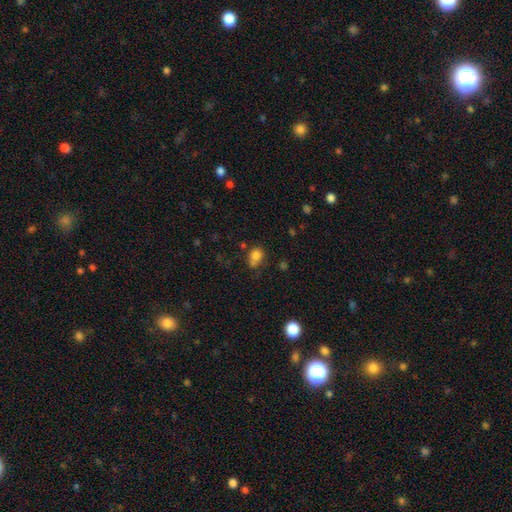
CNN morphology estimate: Smooth or featured? smooth (79%)
How rounded? round (52%)
Merging? none (46%)